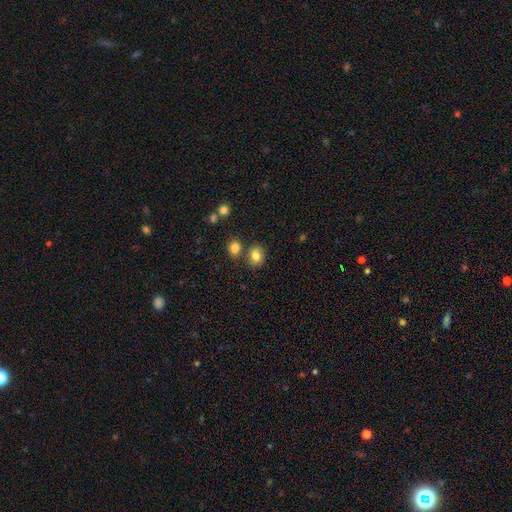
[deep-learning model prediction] Q: Smooth or featured?
A: smooth (82%); runner-up: star or artifact (11%)
Q: How rounded?
A: round (74%); runner-up: in between (25%)
Q: Merging?
A: none (74%); runner-up: merger (14%)